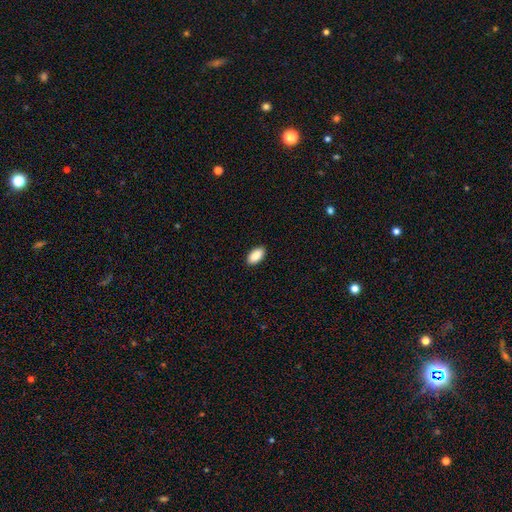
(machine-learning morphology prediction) Q: Smooth or featured?
A: smooth (90%); runner-up: star or artifact (7%)
Q: How rounded?
A: in between (94%); runner-up: cigar-shaped (3%)
Q: Merging?
A: none (90%); runner-up: minor disturbance (7%)